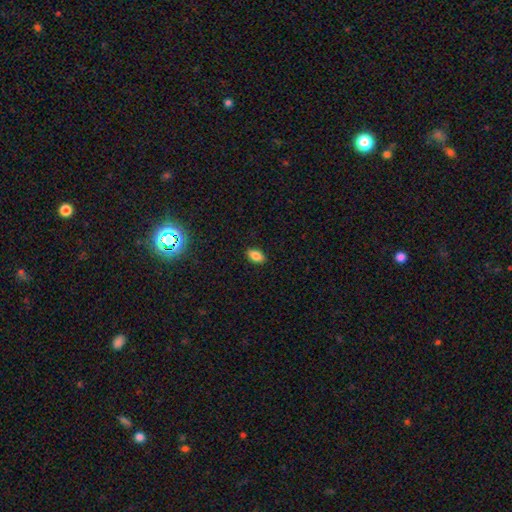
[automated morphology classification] The model was most divided on "smooth or featured": smooth: 83%, star or artifact: 10%, featured or disk: 7%. More confident: how rounded — in between (90%); merging — none (89%).